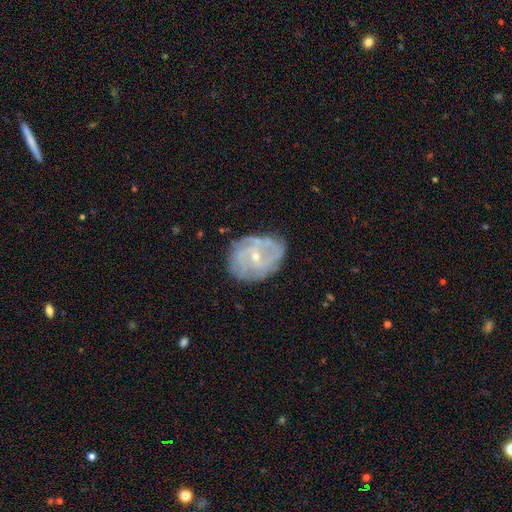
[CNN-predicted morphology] The model was most divided on "spiral winding": tight: 48%, medium: 37%, loose: 15%. Remaining: edge-on disk — no (97%); spiral arms — yes (85%); smooth or featured — featured or disk (78%); bulge size — small (70%); merging — none (69%); bar — no (51%); spiral arm count — can't tell (38%).